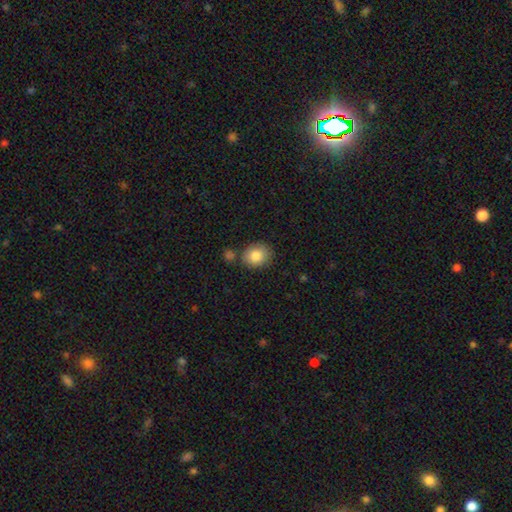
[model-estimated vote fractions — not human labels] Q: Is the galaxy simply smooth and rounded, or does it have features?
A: smooth — 85%.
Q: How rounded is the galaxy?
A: round — 64%.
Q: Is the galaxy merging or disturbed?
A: none — 73%.